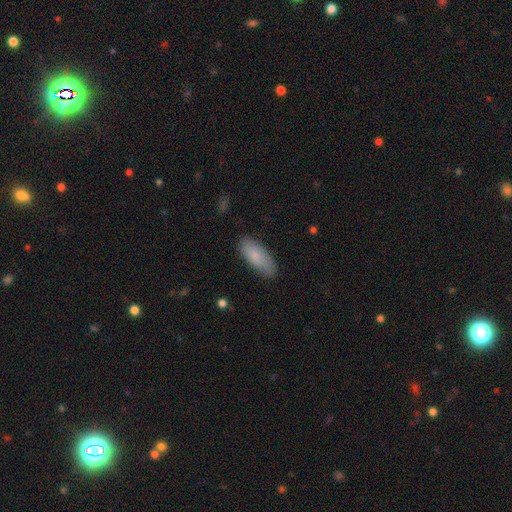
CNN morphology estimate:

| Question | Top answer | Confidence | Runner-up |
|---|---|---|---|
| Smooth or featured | smooth | 83% | featured or disk (11%) |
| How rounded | in between | 78% | cigar-shaped (20%) |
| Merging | none | 78% | minor disturbance (17%) |